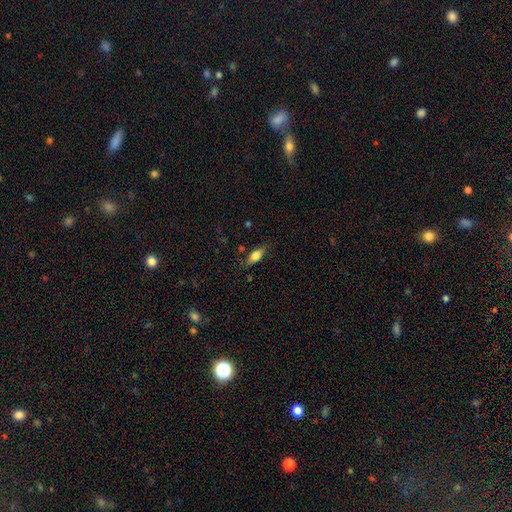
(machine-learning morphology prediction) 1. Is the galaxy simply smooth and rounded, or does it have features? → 72% smooth, 20% featured or disk, 8% star or artifact.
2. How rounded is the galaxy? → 73% in between, 24% cigar-shaped, 4% round.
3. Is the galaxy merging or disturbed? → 77% none, 17% minor disturbance, 4% major disturbance, 2% merger.